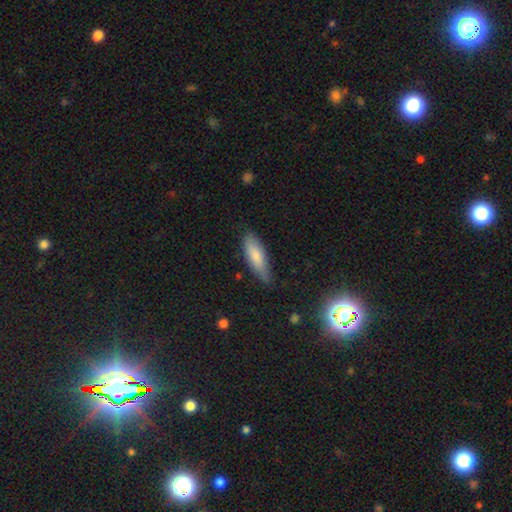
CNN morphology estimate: Q: Smooth or featured?
A: smooth (79%); runner-up: featured or disk (16%)
Q: How rounded?
A: in between (55%); runner-up: cigar-shaped (43%)
Q: Merging?
A: none (70%); runner-up: minor disturbance (24%)